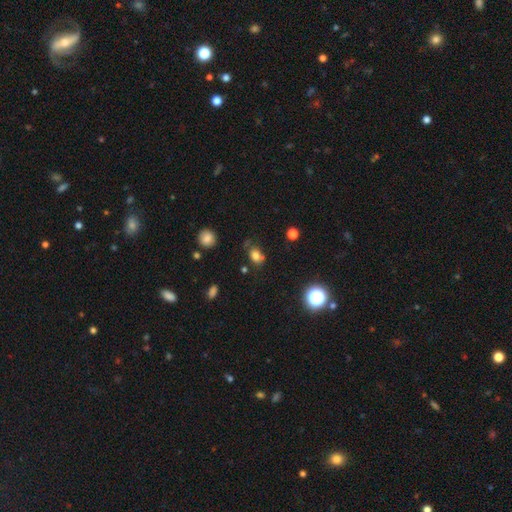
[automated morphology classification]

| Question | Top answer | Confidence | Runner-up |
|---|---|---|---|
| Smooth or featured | smooth | 76% | star or artifact (16%) |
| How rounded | in between | 59% | round (39%) |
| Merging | none | 61% | minor disturbance (22%) |